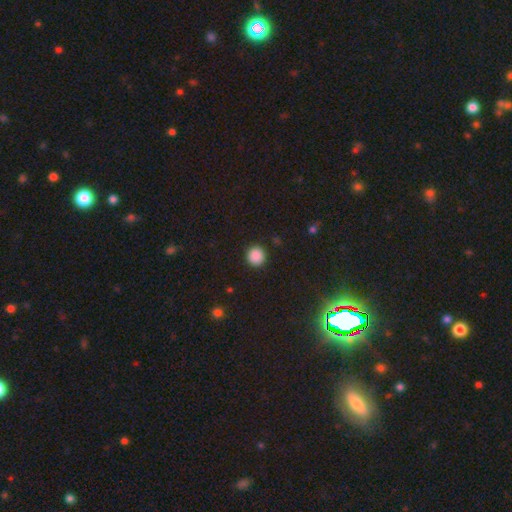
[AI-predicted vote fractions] smooth-or-featured: smooth: 87% | star or artifact: 10% | featured or disk: 2%
  how-rounded: round: 93% | in between: 6% | cigar-shaped: 1%
  merging: none: 92% | minor disturbance: 5% | major disturbance: 2% | merger: 1%